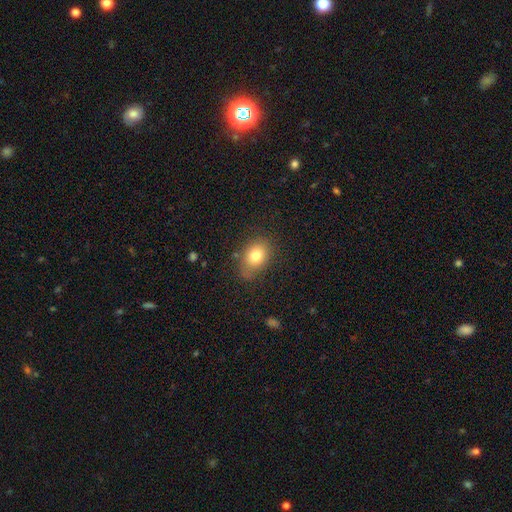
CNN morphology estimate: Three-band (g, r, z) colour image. It shows a smooth galaxy with no disk features (78%) that is in between round and cigar-shaped (68%). Merging: none (71%).